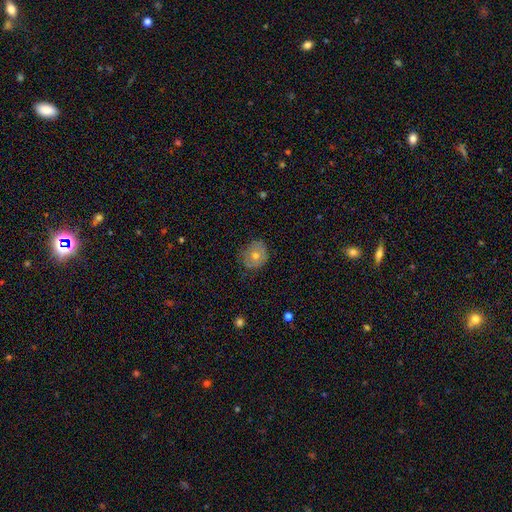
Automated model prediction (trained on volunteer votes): Overall: smooth (56%; featured or disk 34%). How rounded: round (70%). Merging: none (73%).